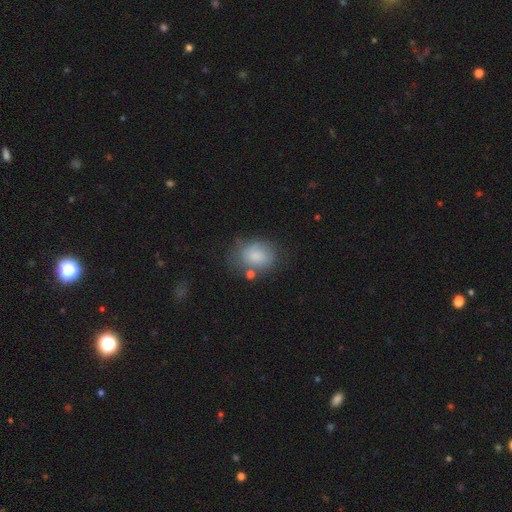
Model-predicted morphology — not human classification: Q: Smooth or featured?
A: smooth (77%); runner-up: featured or disk (14%)
Q: How rounded?
A: in between (58%); runner-up: round (41%)
Q: Merging?
A: none (55%); runner-up: minor disturbance (26%)